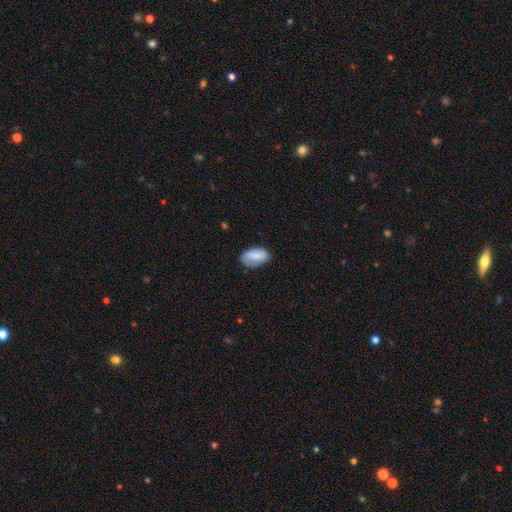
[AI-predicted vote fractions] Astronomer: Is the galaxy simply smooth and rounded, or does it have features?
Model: smooth — 77%.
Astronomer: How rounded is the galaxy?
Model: in between — 93%.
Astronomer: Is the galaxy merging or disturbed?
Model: none — 71%.